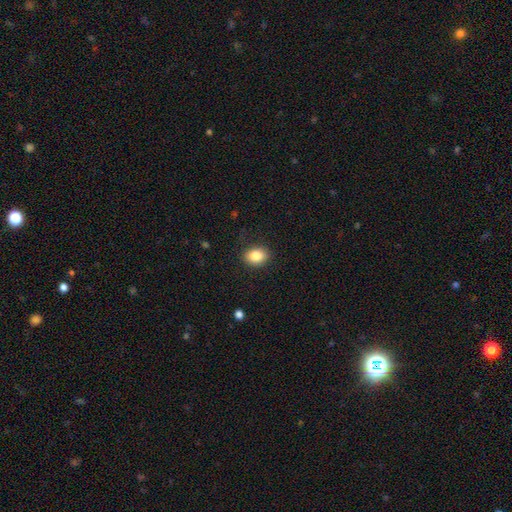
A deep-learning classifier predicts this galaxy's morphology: A smooth galaxy with no disk features (85%) that is in between round and cigar-shaped (63%). Merging: none (87%).